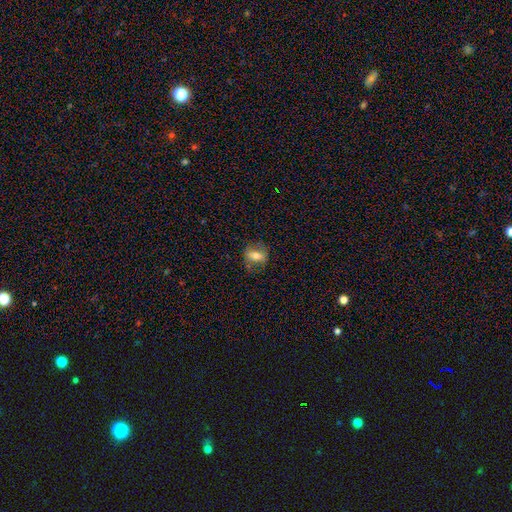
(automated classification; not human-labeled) Smooth or featured? Predicted: smooth (p=0.60). How rounded? Predicted: in between (p=0.66). Merging? Predicted: none (p=0.76).